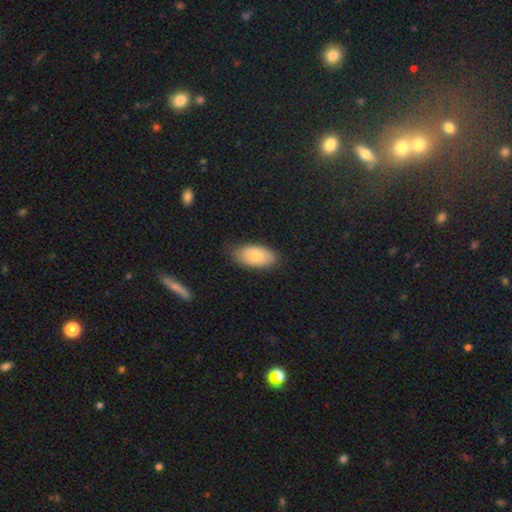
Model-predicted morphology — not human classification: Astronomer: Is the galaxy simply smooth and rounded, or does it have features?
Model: smooth — 76%.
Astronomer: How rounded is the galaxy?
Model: in between — 94%.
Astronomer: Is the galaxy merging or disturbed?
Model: none — 78%.